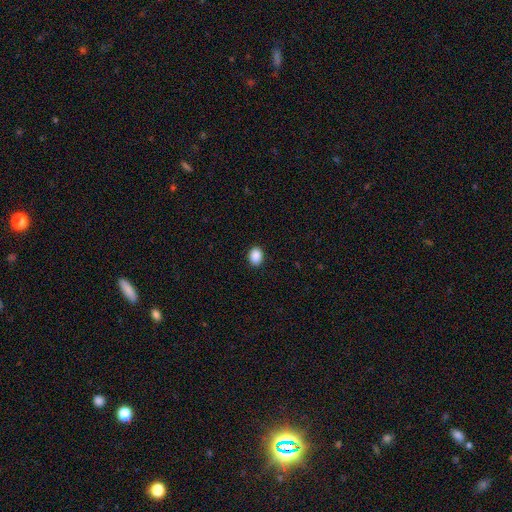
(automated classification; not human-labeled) This appears to be a smooth galaxy with no disk features (89%) that is in between round and cigar-shaped (57%). Merging: none (90%).